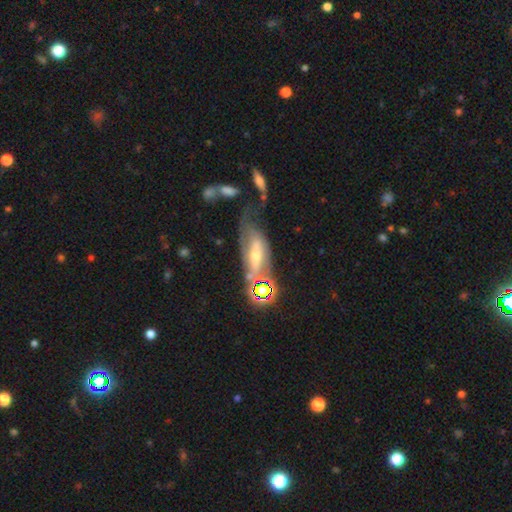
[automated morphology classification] Q: Smooth or featured?
A: featured or disk (64%); runner-up: smooth (22%)
Q: Edge-on disk?
A: no (76%); runner-up: yes (24%)
Q: Merging?
A: none (39%); runner-up: major disturbance (26%)